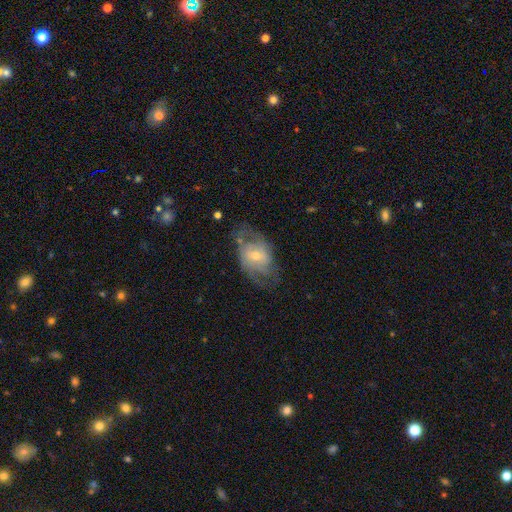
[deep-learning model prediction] A featured or disk galaxy (66%) with a weak bar (47%), spiral arms (75%) and a small central bulge (52%). Merging: none (57%).